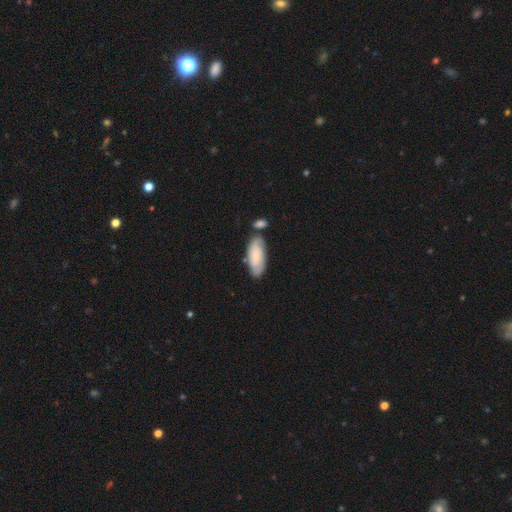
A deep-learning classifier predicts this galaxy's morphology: Smooth or featured? Predicted: smooth (p=0.62). How rounded? Predicted: in between (p=0.82). Merging? Predicted: none (p=0.62).